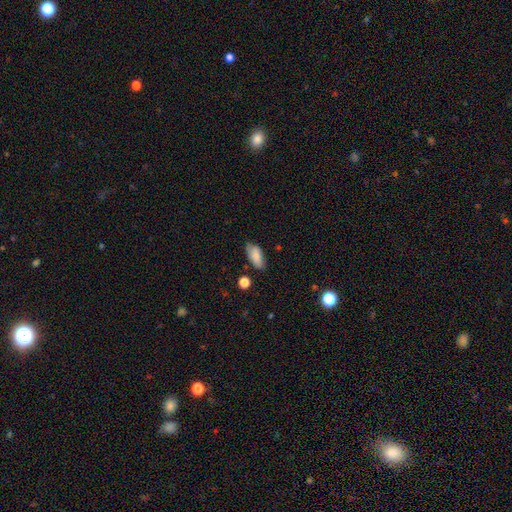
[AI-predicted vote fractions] Smooth or featured? Predicted: smooth (p=0.83). How rounded? Predicted: in between (p=0.87). Merging? Predicted: none (p=0.68).